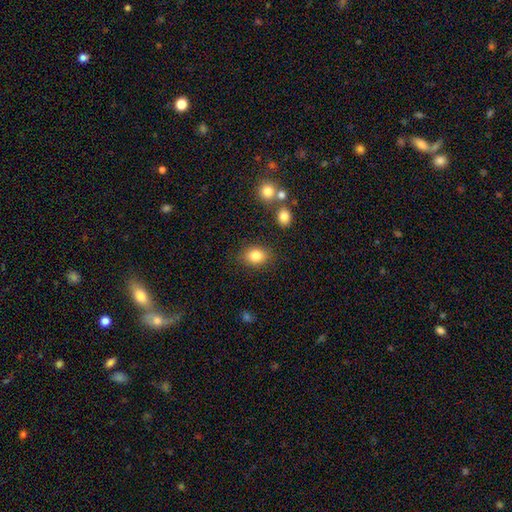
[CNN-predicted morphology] Smooth or featured: smooth — 84% (star or artifact — 10%)
How rounded: in between — 61% (round — 38%)
Merging: none — 81% (minor disturbance — 12%)